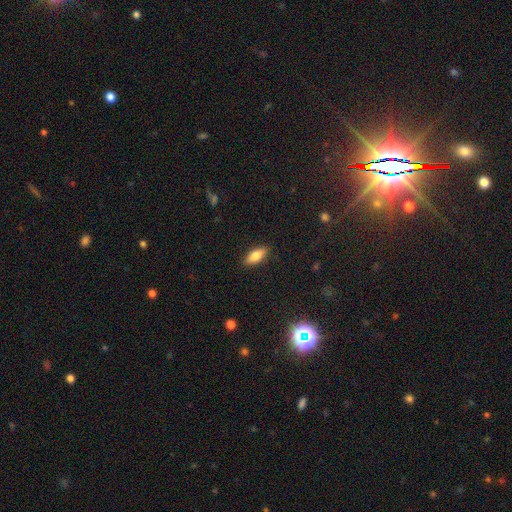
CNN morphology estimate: A smooth galaxy with no disk features (77%) that is in between round and cigar-shaped (78%).

Vote fractions:
- Smooth or featured? smooth: 77% / featured or disk: 16% / star or artifact: 7%
- How rounded? in between: 78% / cigar-shaped: 19% / round: 3%
- Merging? none: 88% / minor disturbance: 9% / major disturbance: 2% / merger: 1%